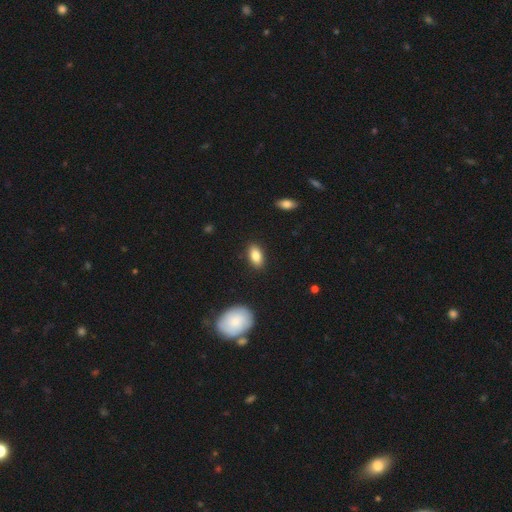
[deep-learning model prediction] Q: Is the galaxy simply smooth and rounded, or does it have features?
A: smooth — 84%.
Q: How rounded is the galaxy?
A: in between — 90%.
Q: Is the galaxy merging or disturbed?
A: none — 88%.